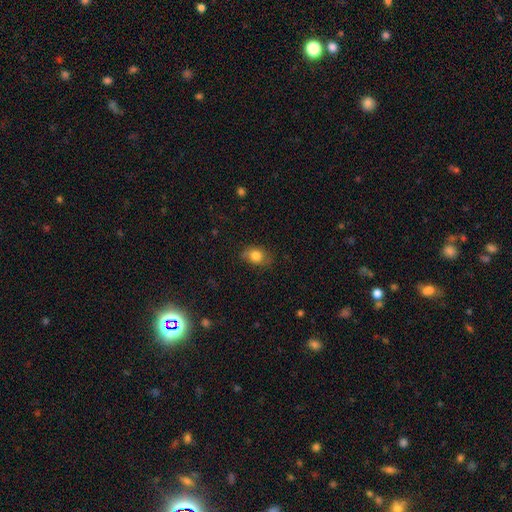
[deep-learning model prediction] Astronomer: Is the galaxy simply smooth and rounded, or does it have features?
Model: smooth — 80%.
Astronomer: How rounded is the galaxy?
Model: in between — 62%.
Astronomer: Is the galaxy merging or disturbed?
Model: none — 72%.